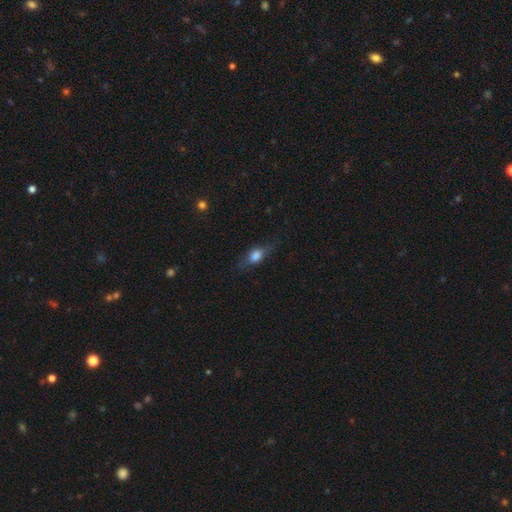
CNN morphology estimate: smooth 64%, featured or disk 26%, star or artifact 10%. Down the decision tree: how rounded — in between (68%); merging — none (68%).